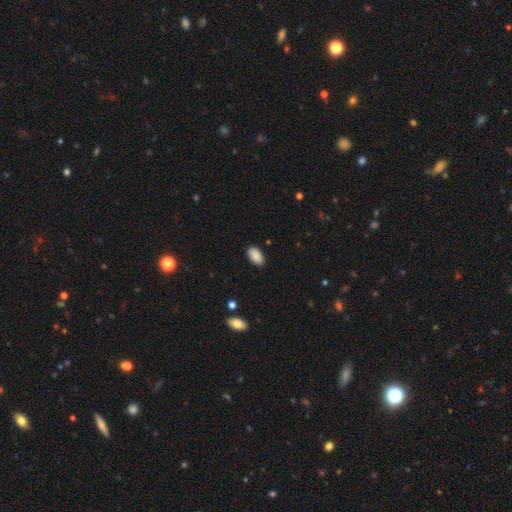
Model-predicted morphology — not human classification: A smooth galaxy with no disk features (90%) that is in between round and cigar-shaped (95%).

Vote fractions:
- Smooth or featured? smooth: 90% / star or artifact: 7% / featured or disk: 4%
- How rounded? in between: 95% / round: 3% / cigar-shaped: 2%
- Merging? none: 88% / minor disturbance: 9% / major disturbance: 2% / merger: 1%